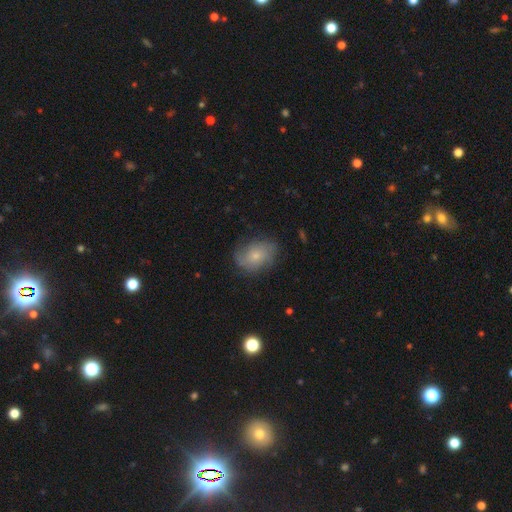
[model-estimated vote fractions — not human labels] A smooth galaxy with no disk features (47%). Merging: none (68%).